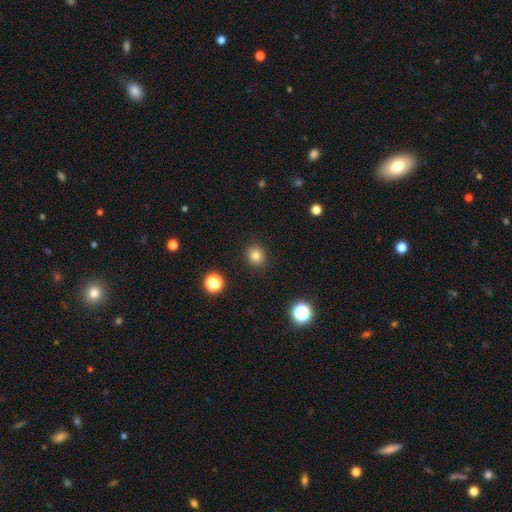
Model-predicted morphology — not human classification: Smooth or featured? Predicted: smooth (p=0.81). How rounded? Predicted: round (p=0.86). Merging? Predicted: none (p=0.91).